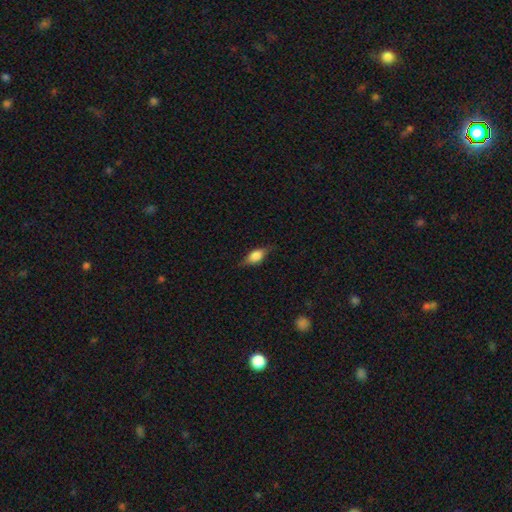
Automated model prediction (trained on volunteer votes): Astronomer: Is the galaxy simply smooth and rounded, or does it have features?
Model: smooth — 69%.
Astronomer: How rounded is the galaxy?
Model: in between — 80%.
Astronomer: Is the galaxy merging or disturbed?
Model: none — 74%.